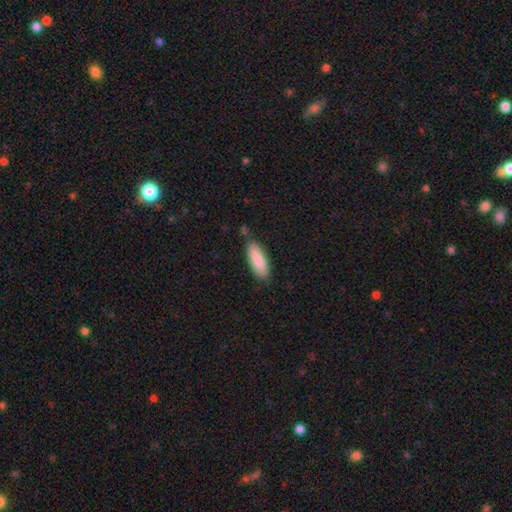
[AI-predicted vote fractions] Smooth or featured: smooth — 86% (featured or disk — 8%)
How rounded: in between — 61% (cigar-shaped — 38%)
Merging: none — 82% (minor disturbance — 13%)